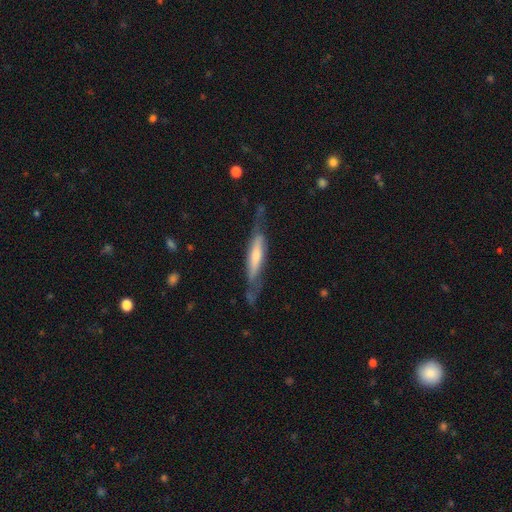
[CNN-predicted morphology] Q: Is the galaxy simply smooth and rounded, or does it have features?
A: featured or disk — 62%.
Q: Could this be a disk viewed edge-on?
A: yes — 71%.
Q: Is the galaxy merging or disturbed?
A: none — 62%.